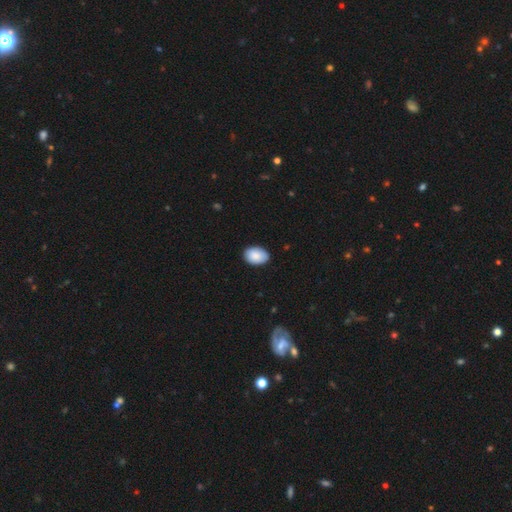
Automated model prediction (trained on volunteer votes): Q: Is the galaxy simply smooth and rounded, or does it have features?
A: smooth — 88%.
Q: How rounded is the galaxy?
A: in between — 85%.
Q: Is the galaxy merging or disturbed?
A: none — 84%.